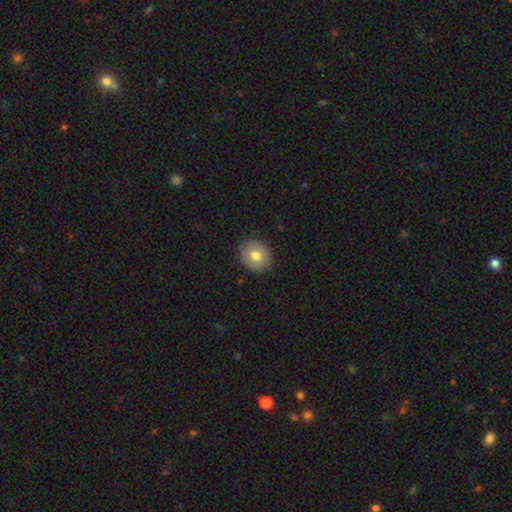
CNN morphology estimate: Smooth or featured? Predicted: smooth (p=0.76). How rounded? Predicted: round (p=0.70). Merging? Predicted: none (p=0.88).